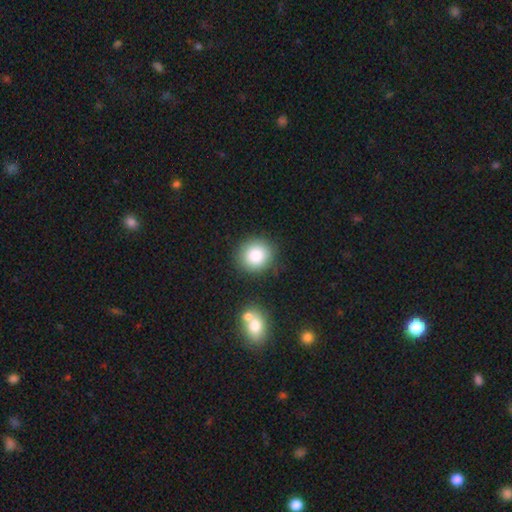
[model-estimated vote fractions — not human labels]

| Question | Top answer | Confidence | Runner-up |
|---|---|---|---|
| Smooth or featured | smooth | 82% | star or artifact (10%) |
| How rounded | round | 88% | in between (11%) |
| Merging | none | 86% | minor disturbance (8%) |